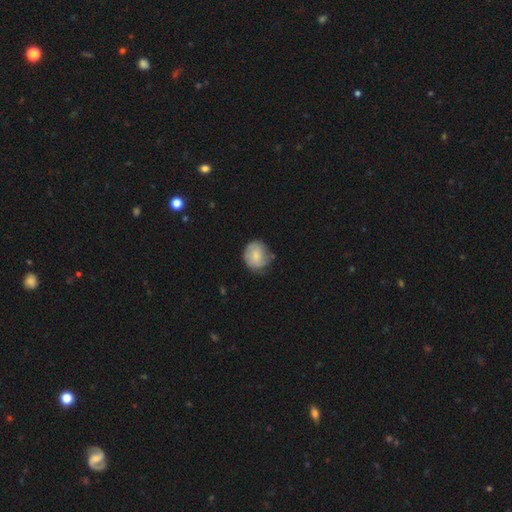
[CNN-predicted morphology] Q: Smooth or featured?
A: smooth (63%); runner-up: featured or disk (30%)
Q: How rounded?
A: round (77%); runner-up: in between (22%)
Q: Merging?
A: none (65%); runner-up: minor disturbance (26%)